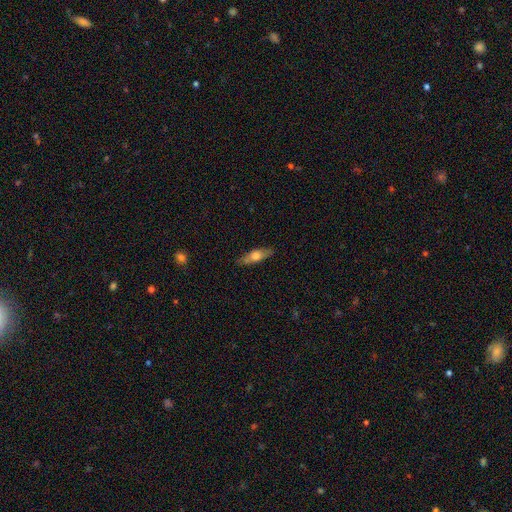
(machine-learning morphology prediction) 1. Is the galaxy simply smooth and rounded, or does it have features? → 55% smooth, 39% featured or disk, 6% star or artifact.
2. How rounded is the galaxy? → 53% cigar-shaped, 44% in between, 3% round.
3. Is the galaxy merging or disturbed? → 85% none, 11% minor disturbance, 2% major disturbance, 1% merger.